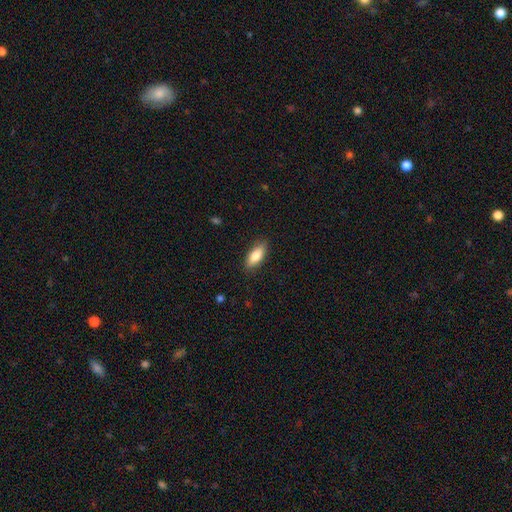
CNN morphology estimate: Smooth or featured?
  - smooth: 82% *
  - featured or disk: 12%
  - star or artifact: 6%
How rounded?
  - in between: 76% *
  - cigar-shaped: 22%
  - round: 2%
Merging?
  - none: 87% *
  - minor disturbance: 10%
  - major disturbance: 2%
  - merger: 1%